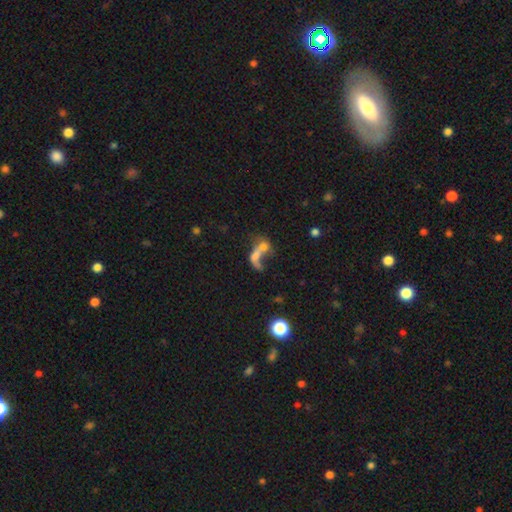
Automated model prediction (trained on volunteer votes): Q: Smooth or featured?
A: smooth (48%); runner-up: featured or disk (36%)
Q: Merging?
A: merger (63%); runner-up: major disturbance (18%)